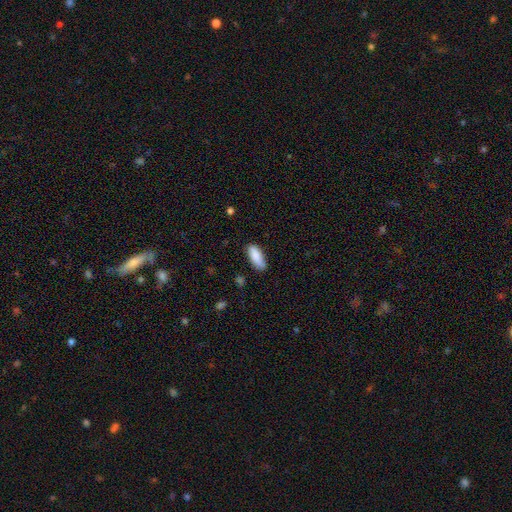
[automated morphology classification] Smooth or featured? Predicted: smooth (p=0.88). How rounded? Predicted: in between (p=0.77). Merging? Predicted: none (p=0.75).